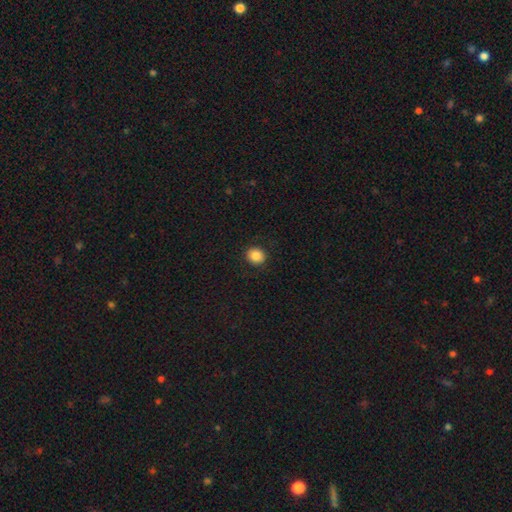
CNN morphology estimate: Smooth or featured? smooth (86%)
How rounded? round (78%)
Merging? none (90%)